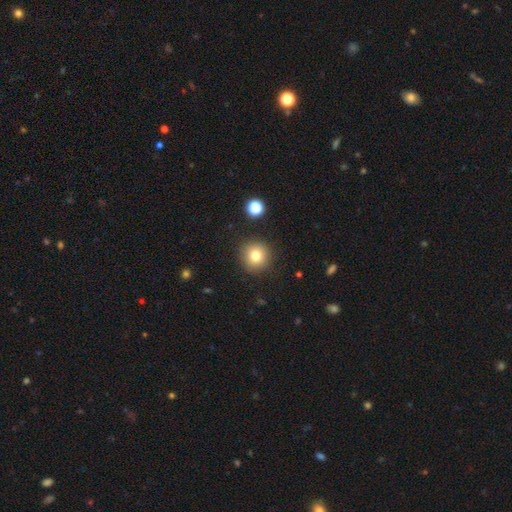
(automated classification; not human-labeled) Overall: smooth (79%). How rounded: round (94%). Merging: none (89%).